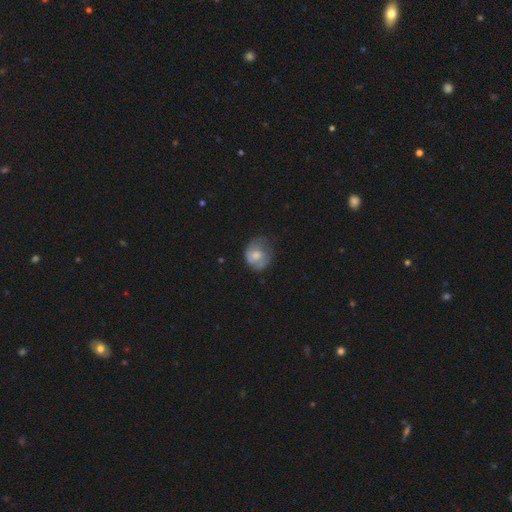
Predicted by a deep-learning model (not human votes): smooth-or-featured: smooth: 58% | featured or disk: 34% | star or artifact: 7%
  how-rounded: round: 69% | in between: 30% | cigar-shaped: 1%
  merging: none: 49% | minor disturbance: 32% | major disturbance: 17% | merger: 2%